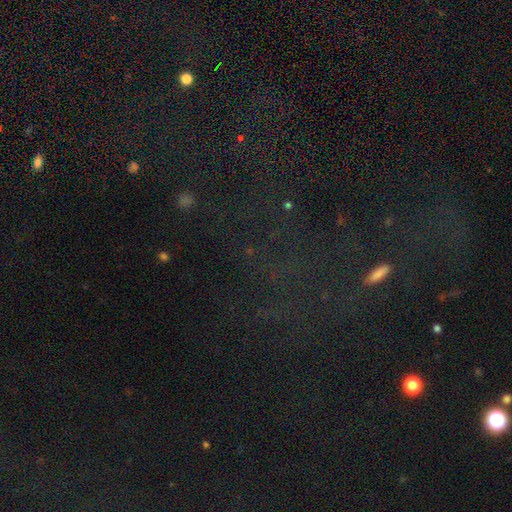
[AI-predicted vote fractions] Morphology: type=star or artifact (73%).